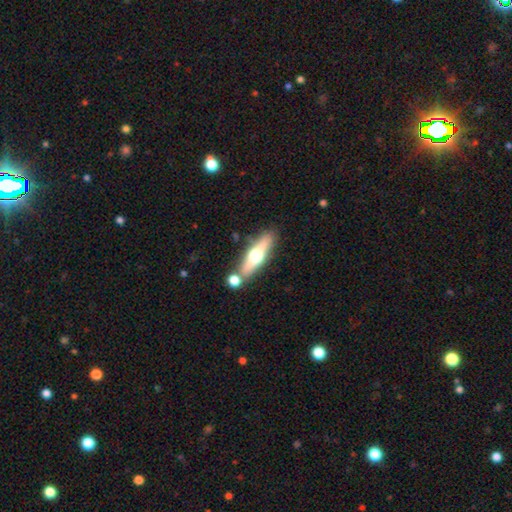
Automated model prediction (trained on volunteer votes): smooth-or-featured: featured or disk: 53% | smooth: 40% | star or artifact: 6%
  disk-edge-on: yes: 88% | no: 12%
  merging: none: 72% | merger: 14% | minor disturbance: 11% | major disturbance: 3%